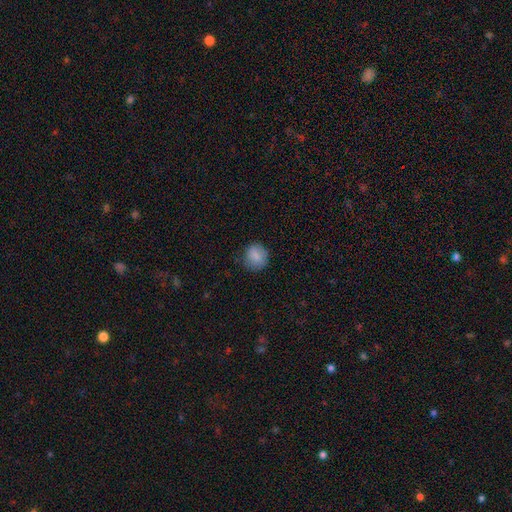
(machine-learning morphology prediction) A smooth galaxy with no disk features (84%) that is round (81%). Merging: none (80%).